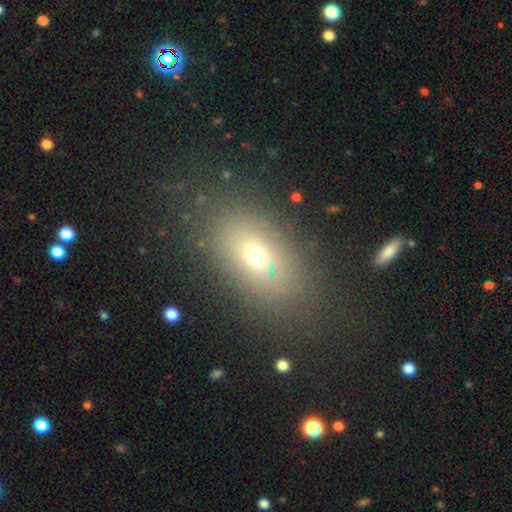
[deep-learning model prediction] A smooth galaxy with no disk features (61%) that is in between round and cigar-shaped (79%). Merging: none (78%).